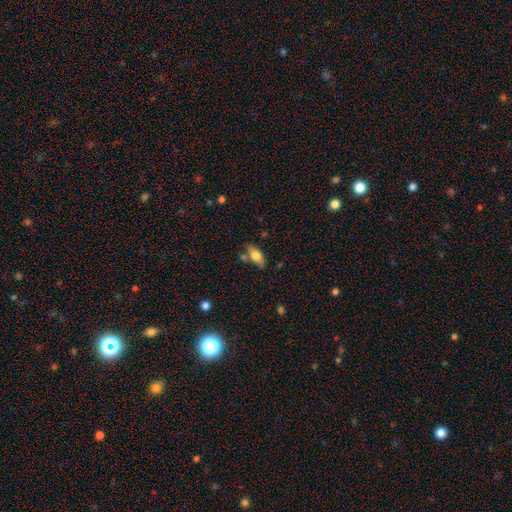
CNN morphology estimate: Smooth or featured?
  - smooth: 70% *
  - featured or disk: 23%
  - star or artifact: 7%
How rounded?
  - in between: 80% *
  - cigar-shaped: 17%
  - round: 3%
Merging?
  - none: 70% *
  - minor disturbance: 16%
  - merger: 10%
  - major disturbance: 4%